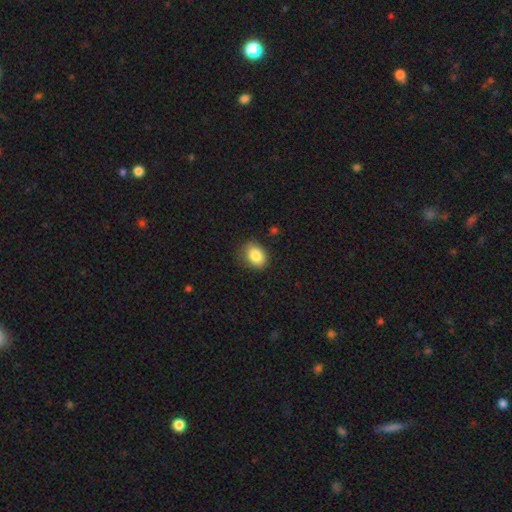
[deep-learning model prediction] Smooth or featured?
  - smooth: 84% *
  - star or artifact: 9%
  - featured or disk: 7%
How rounded?
  - in between: 66% *
  - round: 34%
  - cigar-shaped: 1%
Merging?
  - none: 78% *
  - minor disturbance: 17%
  - major disturbance: 4%
  - merger: 1%